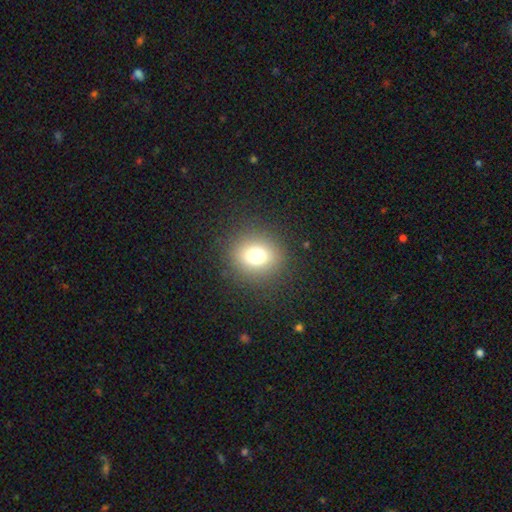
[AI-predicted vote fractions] smooth-or-featured: smooth: 74% | star or artifact: 16% | featured or disk: 10%
  how-rounded: round: 81% | in between: 17% | cigar-shaped: 1%
  merging: none: 88% | minor disturbance: 7% | major disturbance: 4% | merger: 1%